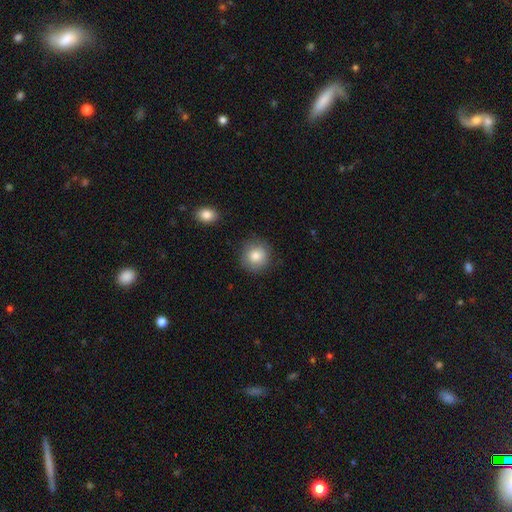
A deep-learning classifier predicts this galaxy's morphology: A smooth galaxy with no disk features (84%) that is round (90%).

Vote fractions:
- Smooth or featured? smooth: 84% / star or artifact: 8% / featured or disk: 8%
- How rounded? round: 90% / in between: 9% / cigar-shaped: 1%
- Merging? none: 85% / minor disturbance: 10% / major disturbance: 3% / merger: 2%